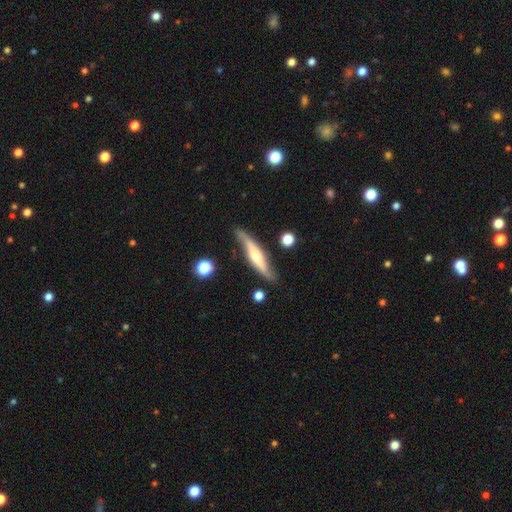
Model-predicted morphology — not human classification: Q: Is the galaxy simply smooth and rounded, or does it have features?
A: featured or disk — 67%.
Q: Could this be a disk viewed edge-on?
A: yes — 79%.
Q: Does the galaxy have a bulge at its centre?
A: rounded — 71%.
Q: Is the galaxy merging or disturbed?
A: none — 75%.